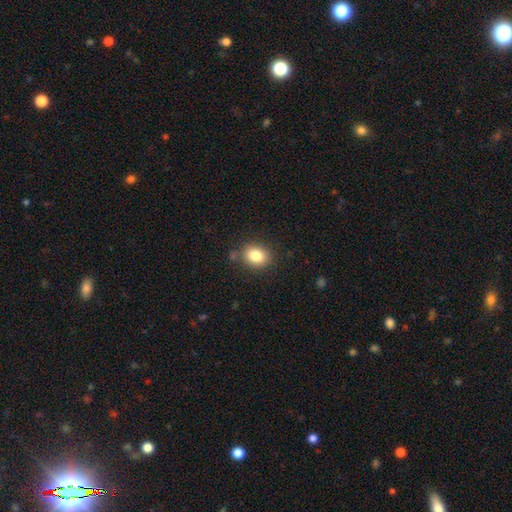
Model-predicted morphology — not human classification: smooth_or_featured: smooth (p=0.83) [alt: star or artifact p=0.10]
how_rounded: in between (p=0.52) [alt: round p=0.47]
merging: none (p=0.82) [alt: minor disturbance p=0.12]